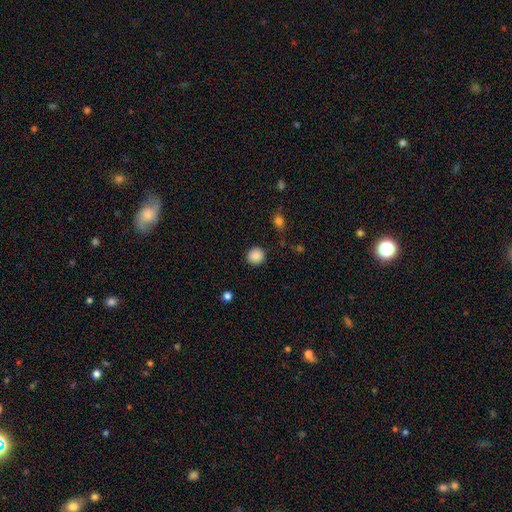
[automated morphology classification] This appears to be a smooth galaxy with no disk features (88%) that is round (92%). Merging: none (89%).